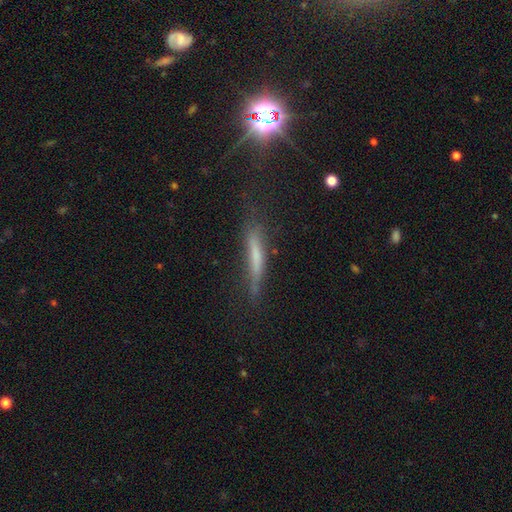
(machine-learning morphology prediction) smooth_or_featured: smooth (p=0.48) [alt: featured or disk p=0.38]
merging: none (p=0.62) [alt: minor disturbance p=0.25]